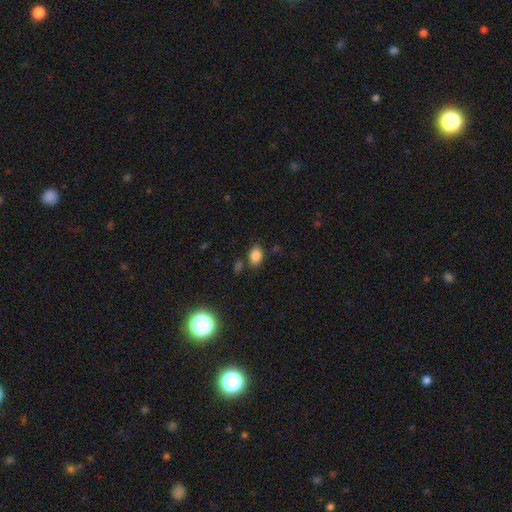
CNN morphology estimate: Q: Smooth or featured?
A: smooth (83%); runner-up: star or artifact (12%)
Q: How rounded?
A: in between (75%); runner-up: round (23%)
Q: Merging?
A: none (78%); runner-up: minor disturbance (12%)